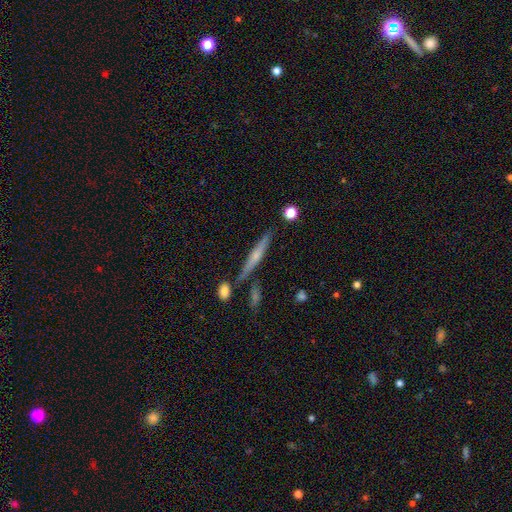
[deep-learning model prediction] The model was most divided on "smooth or featured": featured or disk: 54%, smooth: 40%, star or artifact: 7%. More confident: edge-on disk — yes (95%); merging — none (79%); edge-on bulge — rounded (58%).